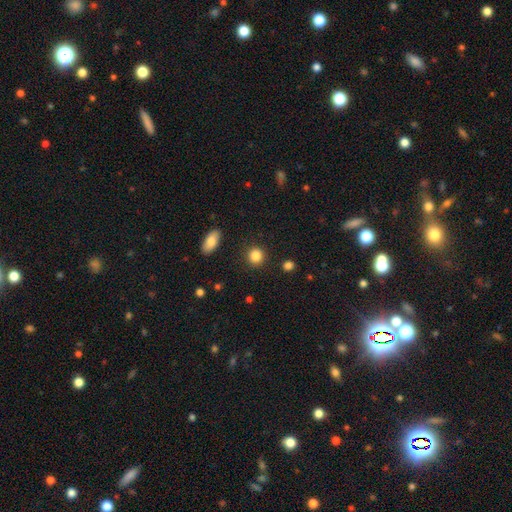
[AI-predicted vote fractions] This is clearly a smooth galaxy (87%). How rounded: clearly round (85%). Merging: clearly none (89%).